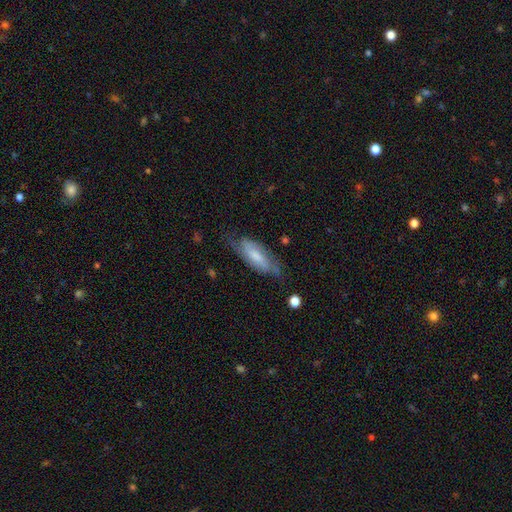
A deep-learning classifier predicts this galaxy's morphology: Smooth or featured? featured or disk (54%)
Edge-on disk? no (83%)
Merging? none (60%)